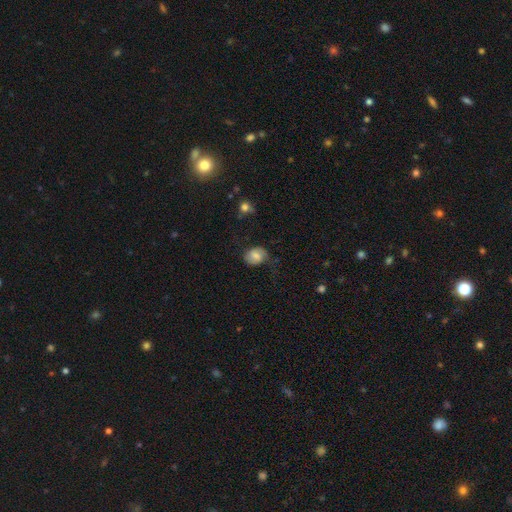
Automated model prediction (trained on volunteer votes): A smooth galaxy with no disk features (62%) that is round (51%).

Vote fractions:
- Smooth or featured? smooth: 62% / featured or disk: 29% / star or artifact: 9%
- How rounded? round: 51% / in between: 48% / cigar-shaped: 1%
- Merging? none: 59% / minor disturbance: 26% / major disturbance: 13% / merger: 2%